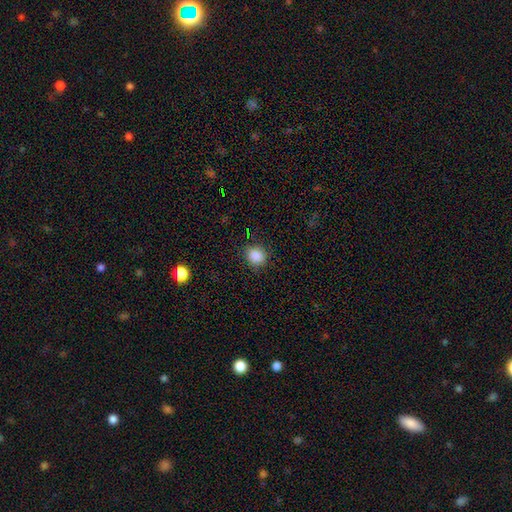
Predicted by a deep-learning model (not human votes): A smooth galaxy with no disk features (86%) that is round (80%).

Vote fractions:
- Smooth or featured? smooth: 86% / star or artifact: 10% / featured or disk: 4%
- How rounded? round: 80% / in between: 19% / cigar-shaped: 1%
- Merging? none: 85% / minor disturbance: 11% / major disturbance: 3% / merger: 1%